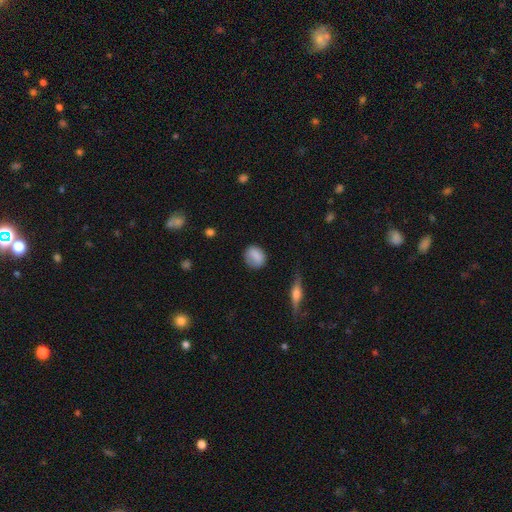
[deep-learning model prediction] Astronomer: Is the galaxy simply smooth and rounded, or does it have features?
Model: smooth — 82%.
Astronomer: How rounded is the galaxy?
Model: round — 66%.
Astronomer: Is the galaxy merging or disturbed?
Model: none — 76%.